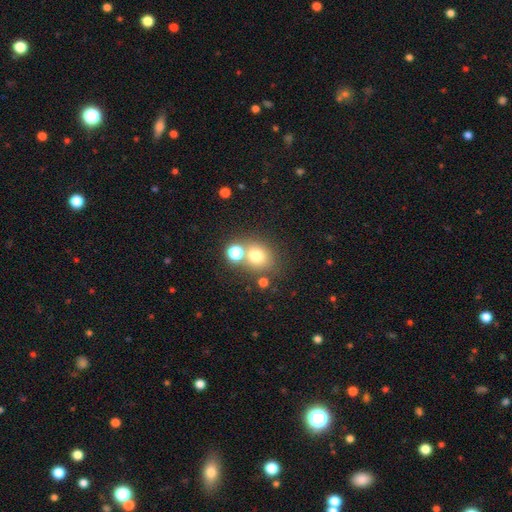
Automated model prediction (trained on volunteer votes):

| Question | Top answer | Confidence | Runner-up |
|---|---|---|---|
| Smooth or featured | smooth | 72% | star or artifact (17%) |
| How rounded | round | 75% | in between (24%) |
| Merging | none | 62% | merger (23%) |